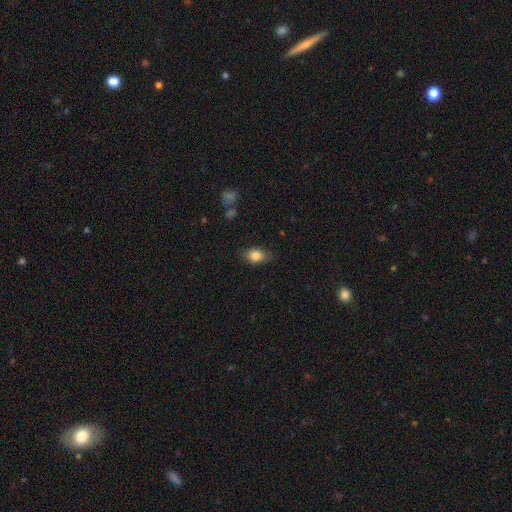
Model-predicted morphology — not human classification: Smooth or featured? smooth (82%)
How rounded? in between (75%)
Merging? none (78%)